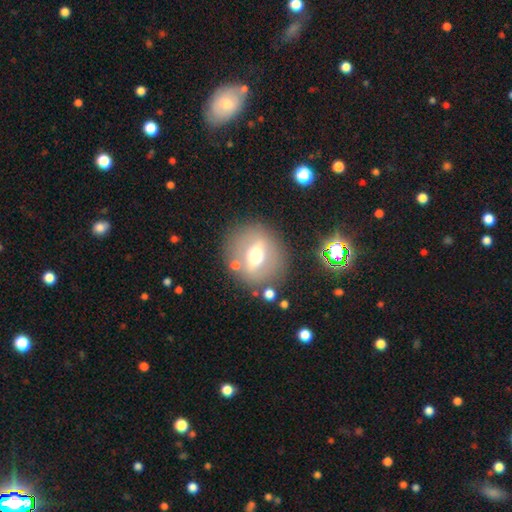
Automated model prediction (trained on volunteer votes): smooth-or-featured: featured or disk: 50% | smooth: 38% | star or artifact: 12%
  disk-edge-on: no: 72% | yes: 28%
  merging: none: 81% | minor disturbance: 10% | major disturbance: 5% | merger: 4%